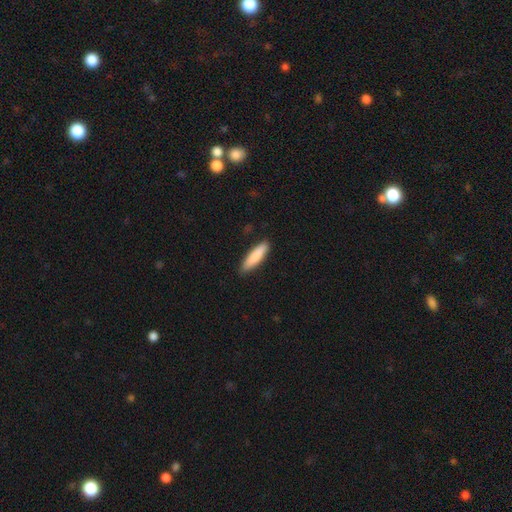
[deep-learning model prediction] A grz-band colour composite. It shows a smooth galaxy with no disk features (85%) that is cigar-shaped (73%). Merging: none (87%).